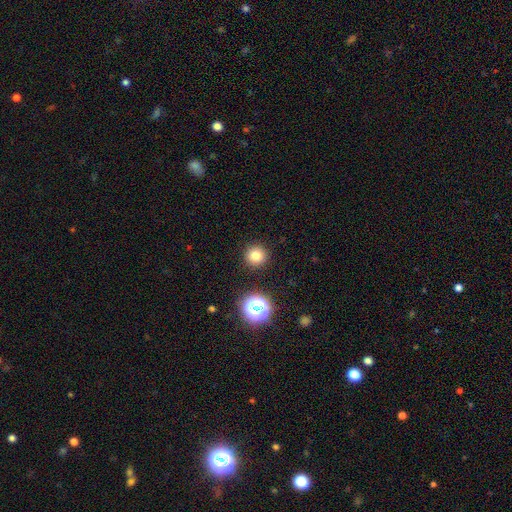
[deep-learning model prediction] A smooth galaxy with no disk features (78%) that is round (95%).

Vote fractions:
- Smooth or featured? smooth: 78% / star or artifact: 15% / featured or disk: 7%
- How rounded? round: 95% / in between: 4% / cigar-shaped: 1%
- Merging? none: 91% / minor disturbance: 5% / major disturbance: 2% / merger: 2%